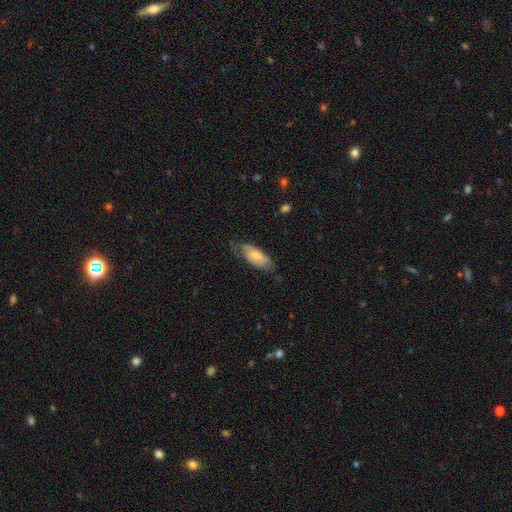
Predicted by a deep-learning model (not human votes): smooth_or_featured: smooth (p=0.64) [alt: featured or disk p=0.30]
how_rounded: in between (p=0.84) [alt: cigar-shaped p=0.14]
merging: none (p=0.56) [alt: minor disturbance p=0.31]